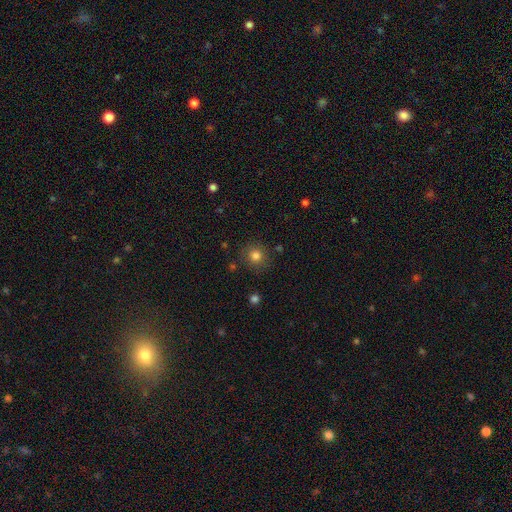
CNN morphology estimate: Overall: smooth (81%). How rounded: round (91%). Merging: none (85%).